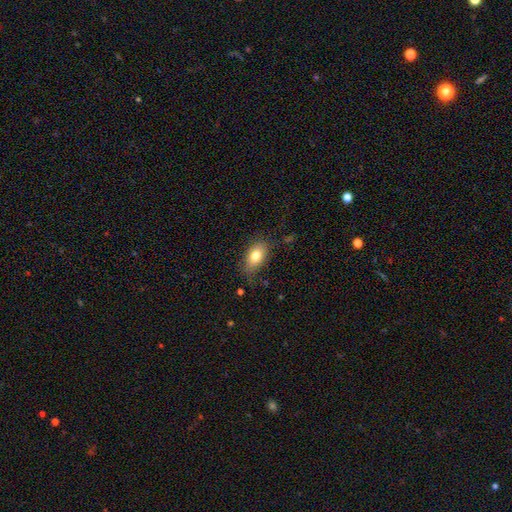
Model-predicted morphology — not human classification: smooth_or_featured: smooth (p=0.78) [alt: featured or disk p=0.14]
how_rounded: in between (p=0.88) [alt: round p=0.08]
merging: none (p=0.76) [alt: minor disturbance p=0.19]